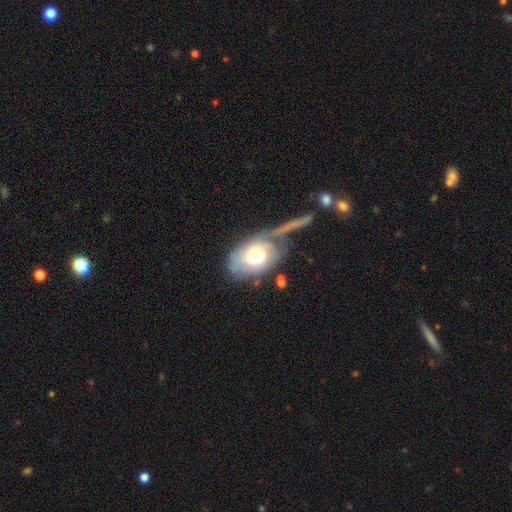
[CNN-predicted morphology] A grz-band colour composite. It shows a featured or disk galaxy (47%). Merging: none (36%).